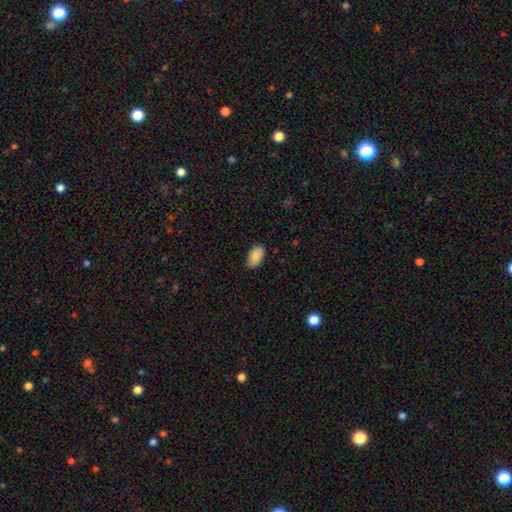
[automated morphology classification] Smooth or featured: smooth — 90% (star or artifact — 7%)
How rounded: in between — 95% (round — 3%)
Merging: none — 85% (minor disturbance — 12%)